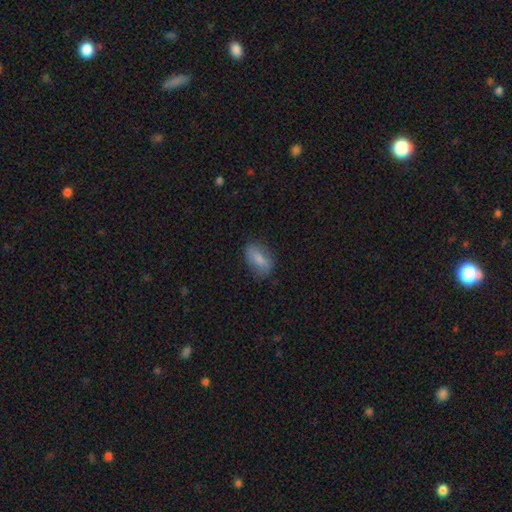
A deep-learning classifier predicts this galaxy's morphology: This is likely a smooth galaxy (70%). How rounded: clearly in between (83%). Merging: likely none (78%).